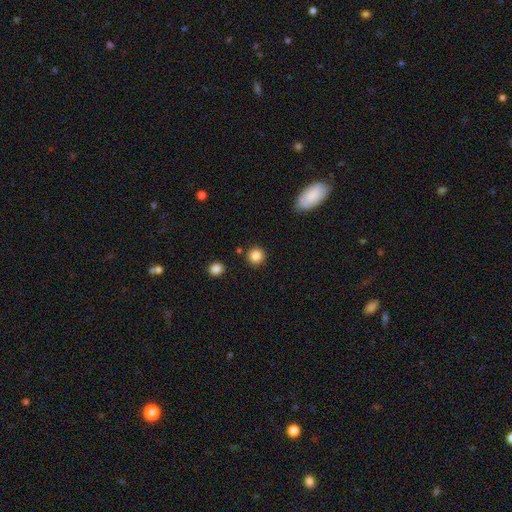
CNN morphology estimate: The model was most divided on "smooth or featured": smooth: 86%, star or artifact: 10%, featured or disk: 4%. More confident: how rounded — round (94%); merging — none (88%).